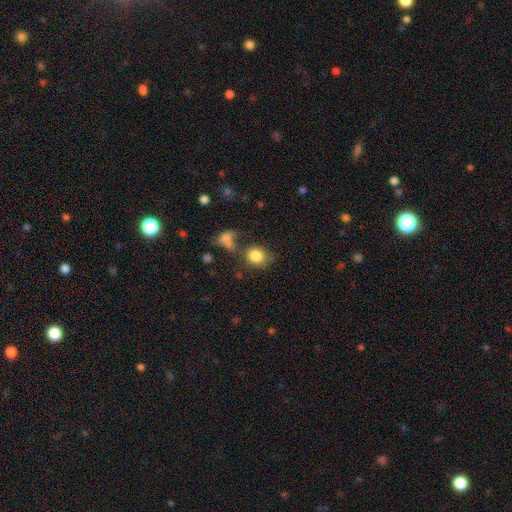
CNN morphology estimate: A smooth galaxy with no disk features (84%) that is round (70%).

Vote fractions:
- Smooth or featured? smooth: 84% / star or artifact: 9% / featured or disk: 7%
- How rounded? round: 70% / in between: 29% / cigar-shaped: 1%
- Merging? none: 61% / minor disturbance: 16% / merger: 15% / major disturbance: 8%